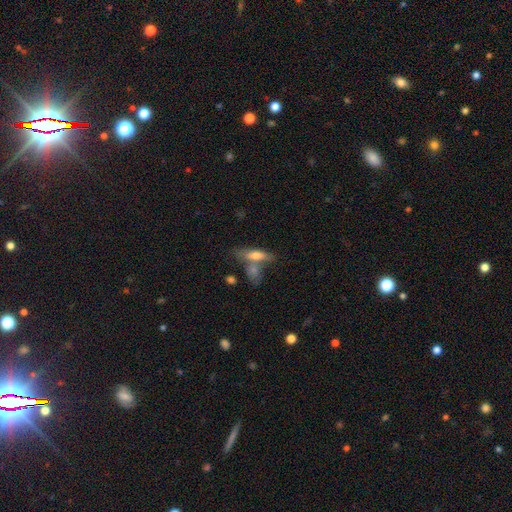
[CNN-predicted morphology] Smooth or featured?
  - smooth: 61% *
  - featured or disk: 32%
  - star or artifact: 7%
How rounded?
  - cigar-shaped: 57% *
  - in between: 40%
  - round: 3%
Merging?
  - none: 49% *
  - merger: 32%
  - minor disturbance: 14%
  - major disturbance: 5%